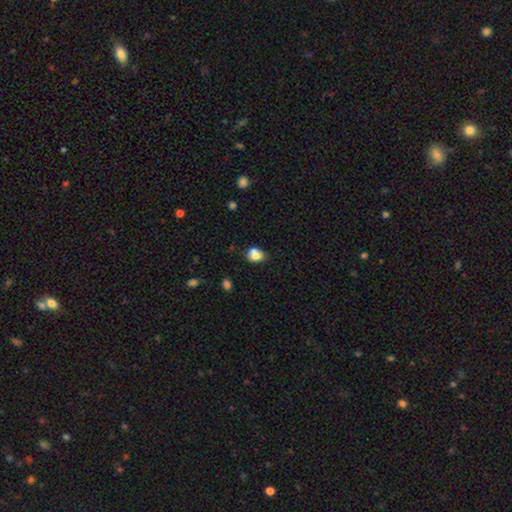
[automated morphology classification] Smooth or featured: smooth — 75% (featured or disk — 15%)
How rounded: in between — 50% (round — 49%)
Merging: merger — 43% (none — 37%)